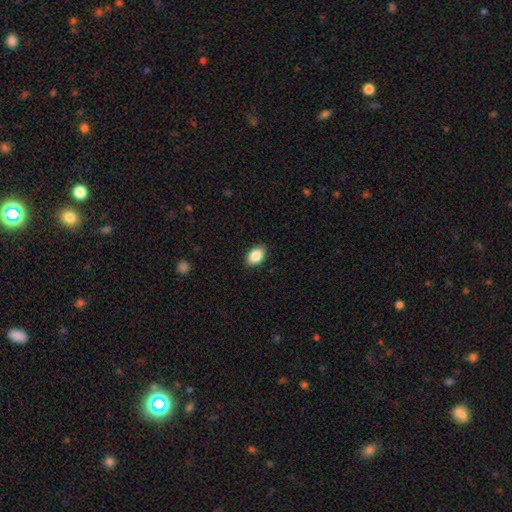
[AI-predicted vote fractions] smooth_or_featured: smooth (p=0.87) [alt: star or artifact p=0.08]
how_rounded: in between (p=0.86) [alt: round p=0.13]
merging: none (p=0.88) [alt: minor disturbance p=0.09]